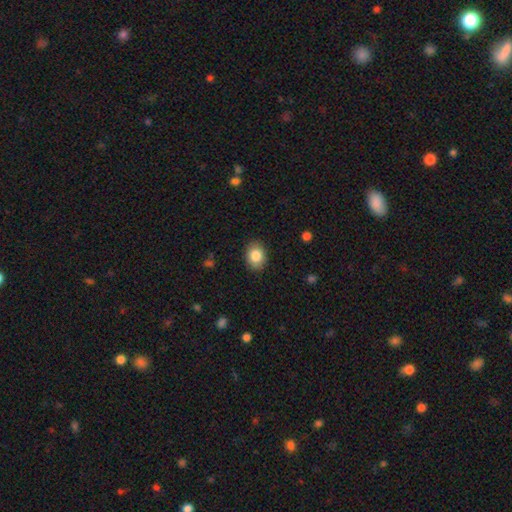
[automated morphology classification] Smooth or featured? smooth (85%)
How rounded? in between (66%)
Merging? none (88%)